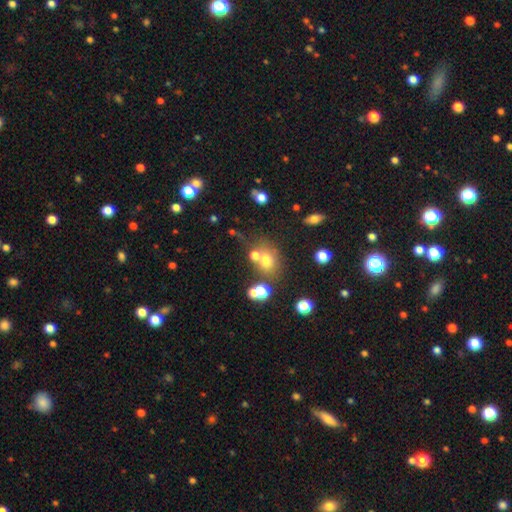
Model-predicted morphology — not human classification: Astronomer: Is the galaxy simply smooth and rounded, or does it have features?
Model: smooth — 66%.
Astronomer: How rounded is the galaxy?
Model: round — 66%.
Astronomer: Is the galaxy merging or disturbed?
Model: none — 56%.